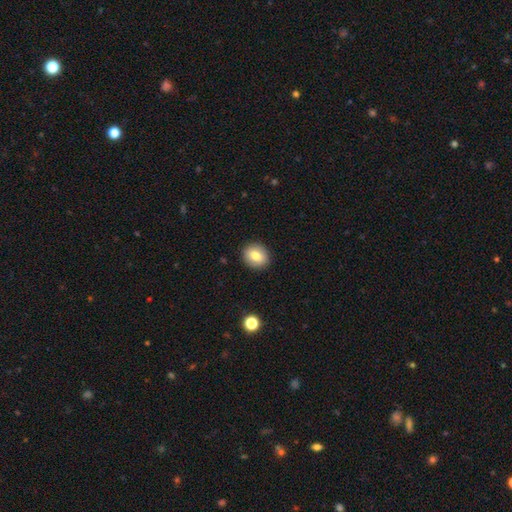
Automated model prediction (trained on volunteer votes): Q: Smooth or featured?
A: smooth (79%); runner-up: featured or disk (12%)
Q: How rounded?
A: round (72%); runner-up: in between (27%)
Q: Merging?
A: none (90%); runner-up: minor disturbance (7%)